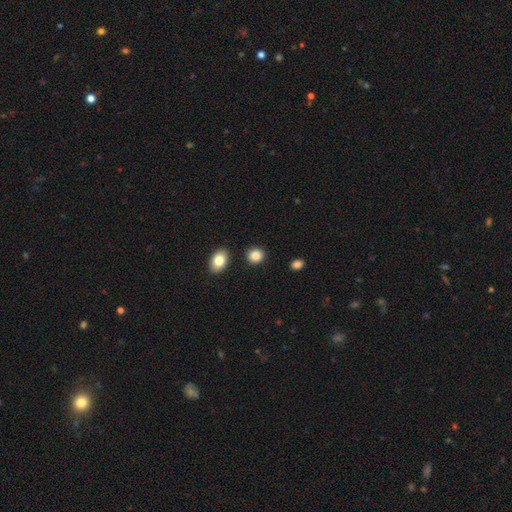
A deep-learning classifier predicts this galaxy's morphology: This appears to be a smooth galaxy with no disk features (86%) that is round (79%). Merging: none (88%).